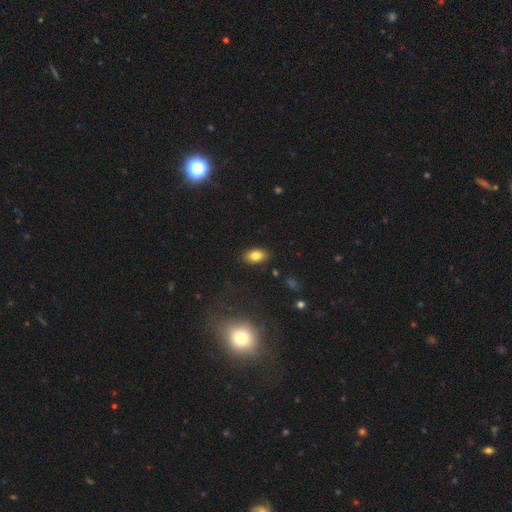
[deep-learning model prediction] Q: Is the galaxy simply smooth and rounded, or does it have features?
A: smooth — 81%.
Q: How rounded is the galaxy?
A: in between — 90%.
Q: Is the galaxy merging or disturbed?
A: none — 87%.